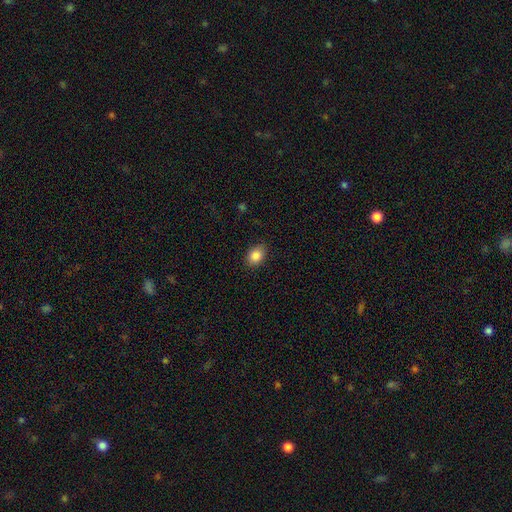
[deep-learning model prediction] This is clearly a smooth galaxy (86%). How rounded: likely in between (69%). Merging: clearly none (86%).